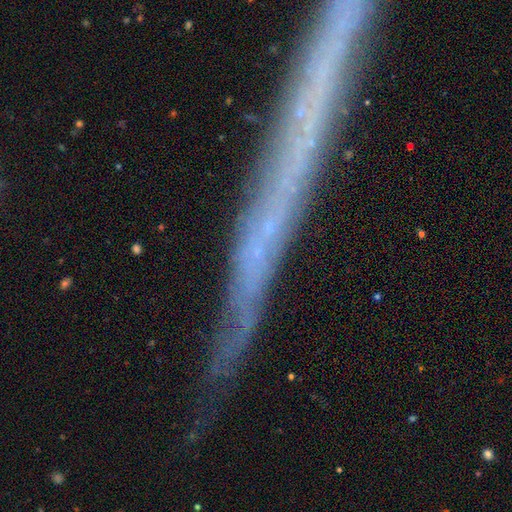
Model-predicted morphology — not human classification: A featured or disk galaxy (38%). Merging: none (77%).